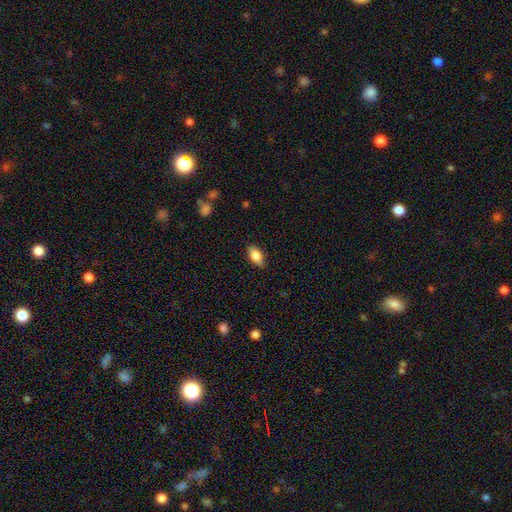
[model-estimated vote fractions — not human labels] smooth 82%, featured or disk 10%, star or artifact 7%. Down the decision tree: how rounded — in between (89%); merging — none (86%).